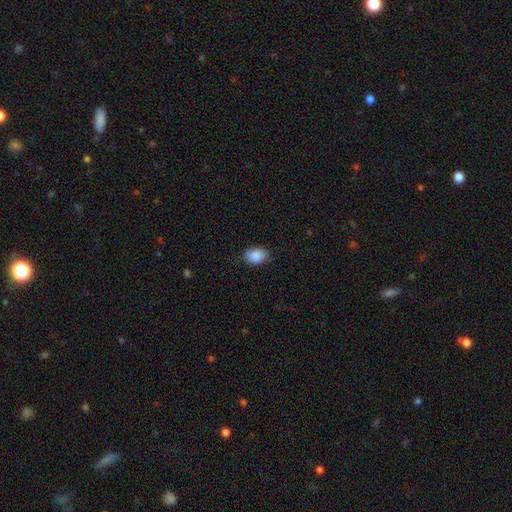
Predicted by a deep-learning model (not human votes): Smooth or featured?
  - smooth: 88% *
  - star or artifact: 7%
  - featured or disk: 5%
How rounded?
  - in between: 74% *
  - round: 25%
  - cigar-shaped: 1%
Merging?
  - none: 81% *
  - minor disturbance: 15%
  - major disturbance: 3%
  - merger: 1%